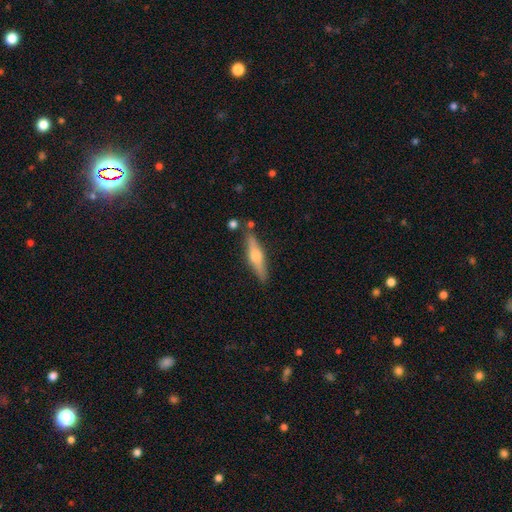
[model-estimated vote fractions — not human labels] Q: Smooth or featured?
A: featured or disk (60%); runner-up: smooth (34%)
Q: Edge-on disk?
A: yes (95%); runner-up: no (5%)
Q: Edge-on bulge?
A: rounded (93%); runner-up: boxy (4%)
Q: Merging?
A: none (83%); runner-up: minor disturbance (10%)